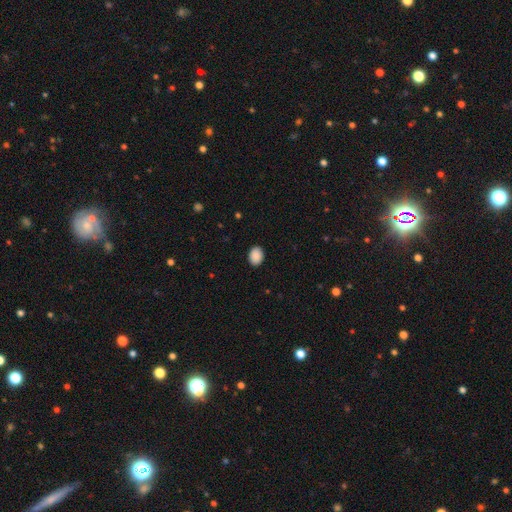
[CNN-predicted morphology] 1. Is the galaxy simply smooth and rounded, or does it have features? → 90% smooth, 7% star or artifact, 3% featured or disk.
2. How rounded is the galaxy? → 66% in between, 33% round, 1% cigar-shaped.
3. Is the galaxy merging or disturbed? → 90% none, 7% minor disturbance, 2% major disturbance, 1% merger.